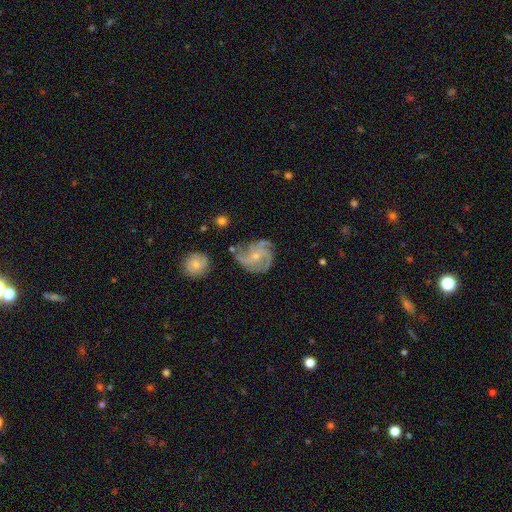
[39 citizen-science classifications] Q: Smooth or featured?
A: featured or disk (85%); runner-up: smooth (8%)
Q: Edge-on disk?
A: no (100%)
Q: Bar?
A: no (76%); runner-up: weak (18%)
Q: Spiral arms?
A: yes (97%); runner-up: no (3%)
Q: Spiral winding?
A: medium (53%); runner-up: tight (34%)
Q: Spiral arm count?
A: 3 (84%); runner-up: more than 4 (12%)
Q: Bulge size?
A: small (70%); runner-up: moderate (30%)
Q: Merging?
A: none (58%); runner-up: minor disturbance (31%)